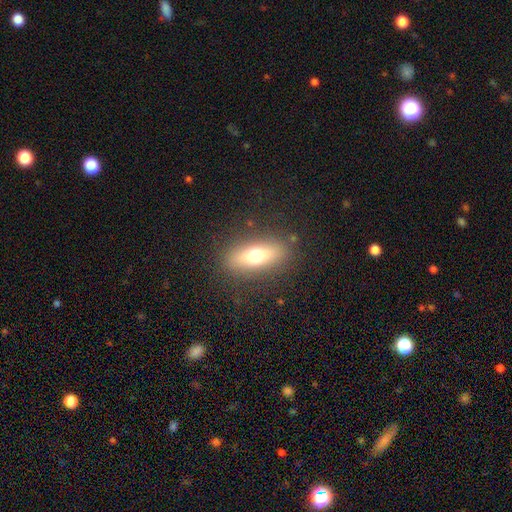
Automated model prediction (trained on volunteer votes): smooth 61%, featured or disk 30%, star or artifact 10%. Down the decision tree: how rounded — in between (62%); merging — none (85%).